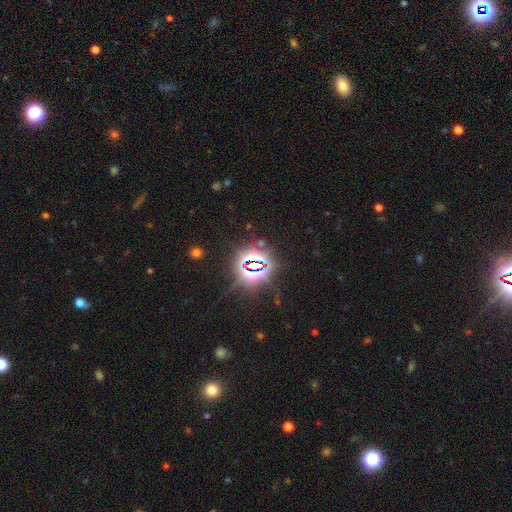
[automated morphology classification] Smooth or featured?
  - star or artifact: 80% *
  - smooth: 12%
  - featured or disk: 8%